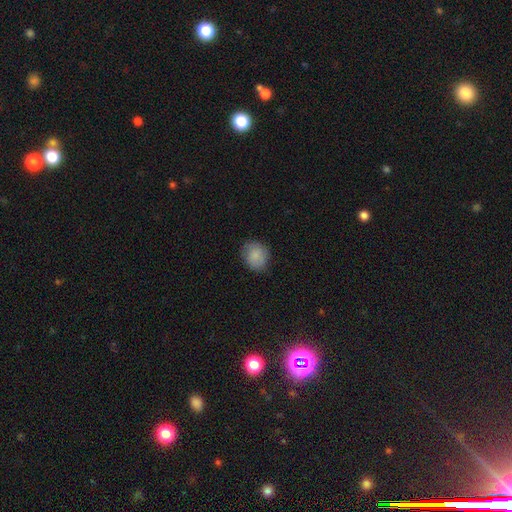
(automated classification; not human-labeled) smooth_or_featured: smooth (p=0.84) [alt: featured or disk p=0.09]
how_rounded: round (p=0.72) [alt: in between p=0.27]
merging: none (p=0.78) [alt: minor disturbance p=0.17]